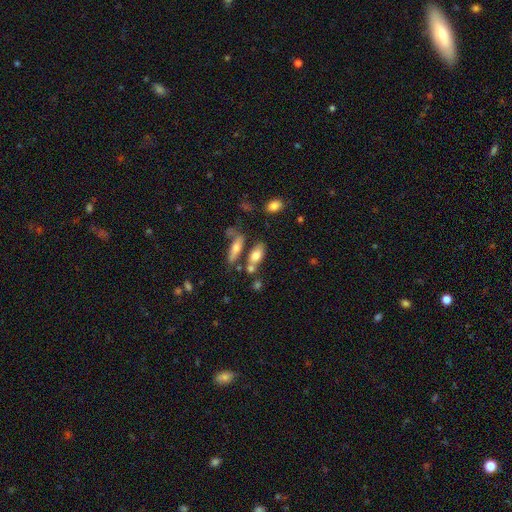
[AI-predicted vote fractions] The model was most divided on "merging": none: 52%, merger: 28%, minor disturbance: 14%, major disturbance: 6%. More confident: how rounded — in between (73%); smooth or featured — smooth (72%).